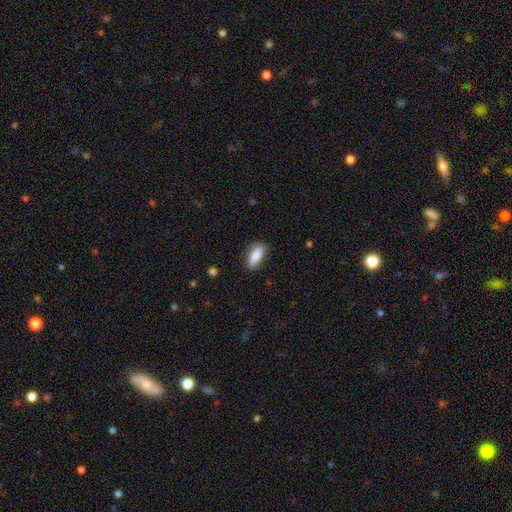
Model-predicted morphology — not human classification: Overall: smooth (81%). How rounded: in between (77%). Merging: none (81%).